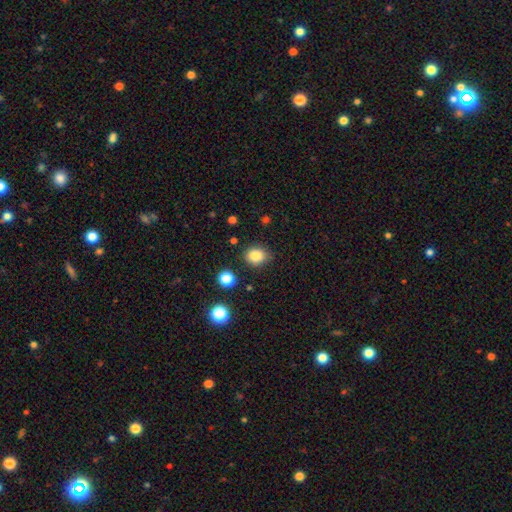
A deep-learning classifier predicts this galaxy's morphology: type=smooth (84%); roundness=round (58%); merging=none (82%).